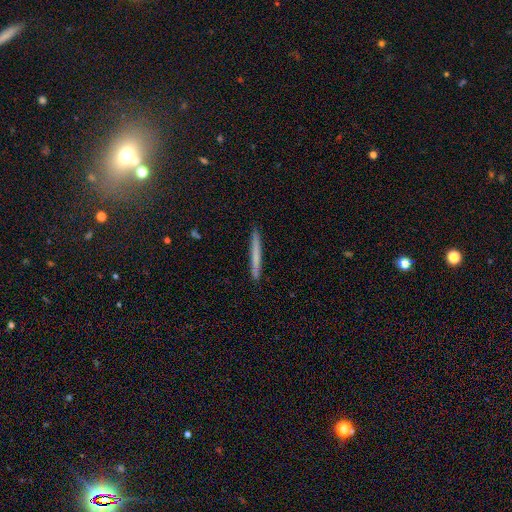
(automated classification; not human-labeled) A smooth galaxy with no disk features (63%) that is cigar-shaped (97%). Merging: none (92%).